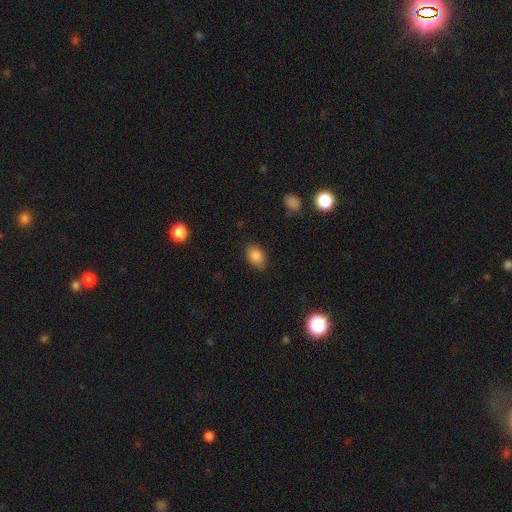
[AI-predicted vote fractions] Overall: smooth (84%). How rounded: in between (81%). Merging: none (82%).